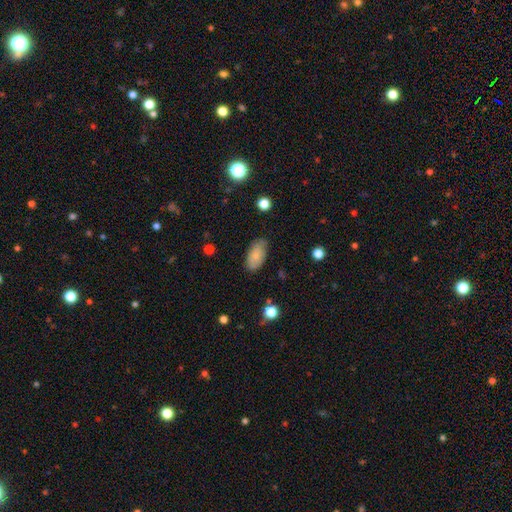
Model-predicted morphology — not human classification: The model was most divided on "merging": none: 76%, minor disturbance: 19%, major disturbance: 4%, merger: 2%. More confident: how rounded — in between (94%); smooth or featured — smooth (82%).